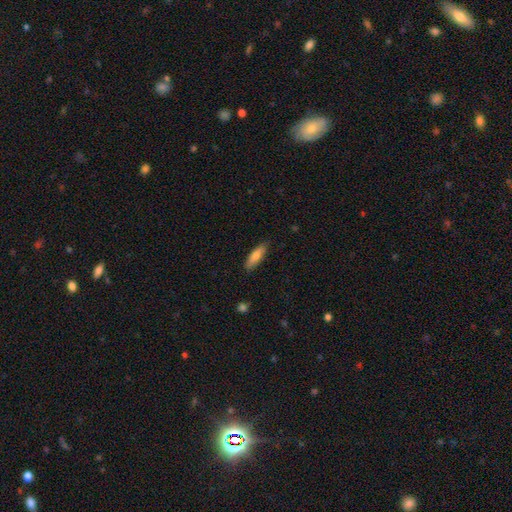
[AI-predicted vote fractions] Smooth or featured? Predicted: smooth (p=0.76). How rounded? Predicted: cigar-shaped (p=0.59). Merging? Predicted: none (p=0.86).